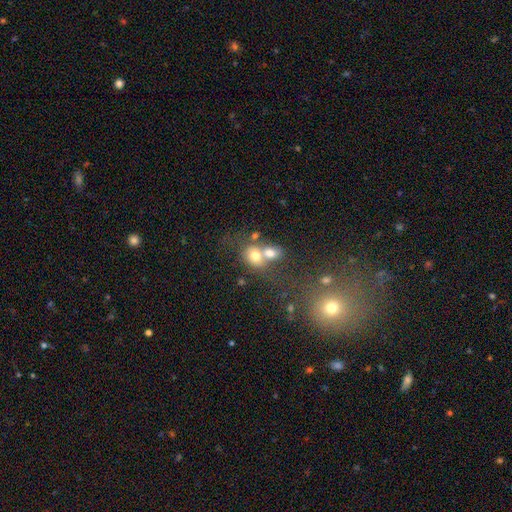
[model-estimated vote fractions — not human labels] A smooth galaxy with no disk features (70%) that is in between round and cigar-shaped (52%). Merging: merger (60%).